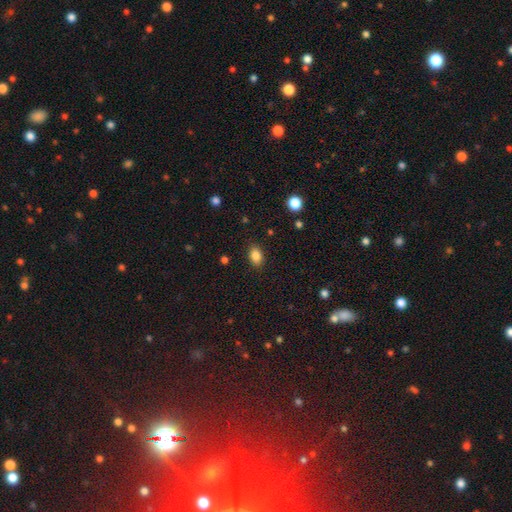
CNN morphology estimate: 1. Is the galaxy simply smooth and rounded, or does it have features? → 85% smooth, 9% star or artifact, 5% featured or disk.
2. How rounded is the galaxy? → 81% in between, 18% round, 1% cigar-shaped.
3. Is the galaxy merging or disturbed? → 86% none, 10% minor disturbance, 3% major disturbance, 1% merger.